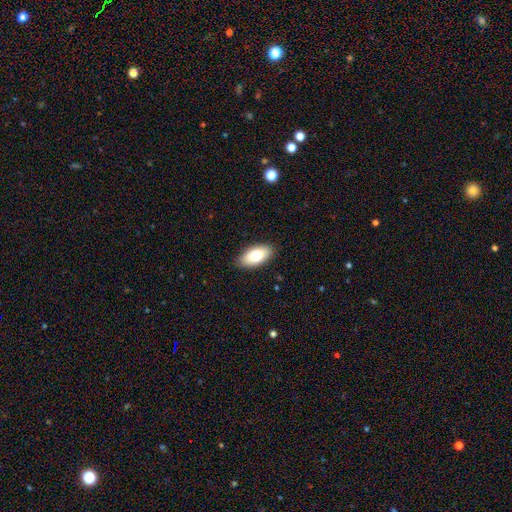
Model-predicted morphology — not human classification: Smooth or featured? Predicted: smooth (p=0.78). How rounded? Predicted: in between (p=0.92). Merging? Predicted: none (p=0.89).